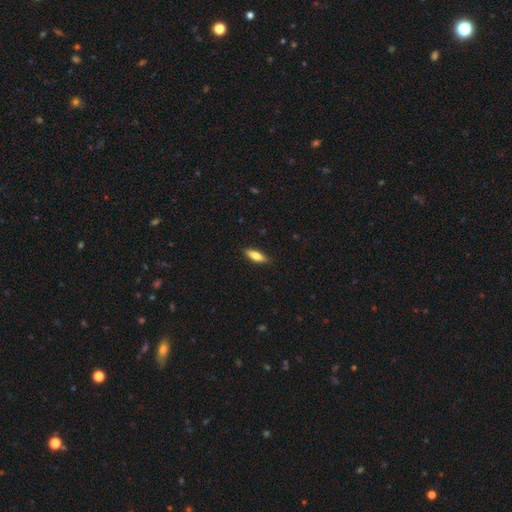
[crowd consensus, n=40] smooth 78%, featured or disk 18%, star or artifact 5%. Down the decision tree: how rounded — in between (65%); merging — none (87%).